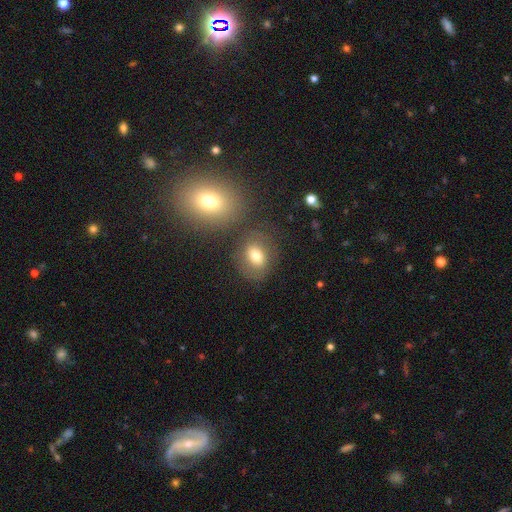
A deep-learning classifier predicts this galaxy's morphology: Overall: smooth (73%). How rounded: in between (59%; round 40%). Merging: none (69%).